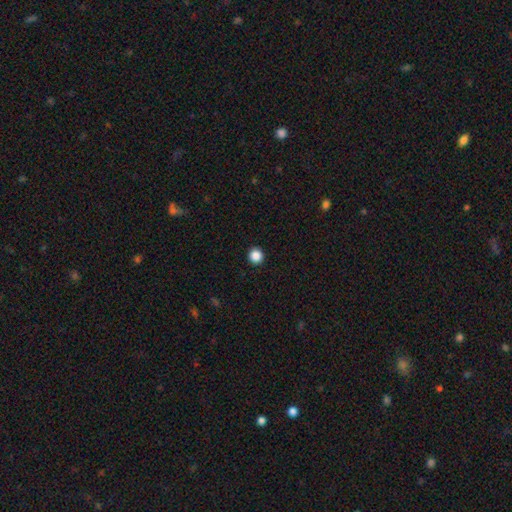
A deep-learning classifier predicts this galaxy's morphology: Smooth or featured? smooth (87%)
How rounded? round (95%)
Merging? none (94%)